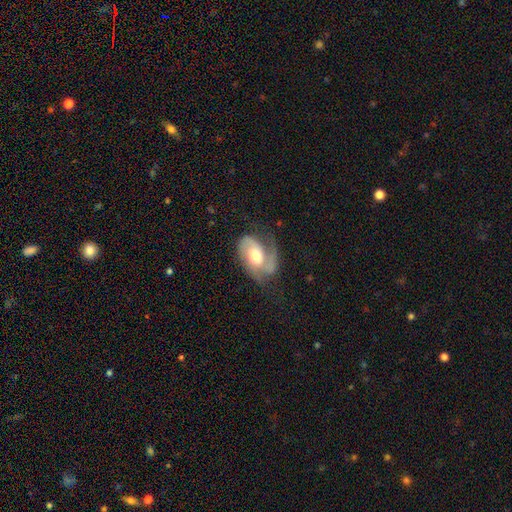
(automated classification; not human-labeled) smooth-or-featured: featured or disk: 78% | smooth: 17% | star or artifact: 6%
  disk-edge-on: no: 96% | yes: 4%
    bar: no: 59% | weak: 32% | strong: 9%
    has-spiral-arms: yes: 92% | no: 8%
      spiral-winding: medium: 46% | tight: 31% | loose: 23%
      spiral-arm-count: 2: 65% | 1: 18% | can't tell: 10% | 3: 4% | 4: 1% | more than 4: 1%
    bulge-size: moderate: 65% | large: 19% | small: 12% | dominant: 2% | none: 2%
  merging: none: 49% | minor disturbance: 26% | major disturbance: 23% | merger: 2%